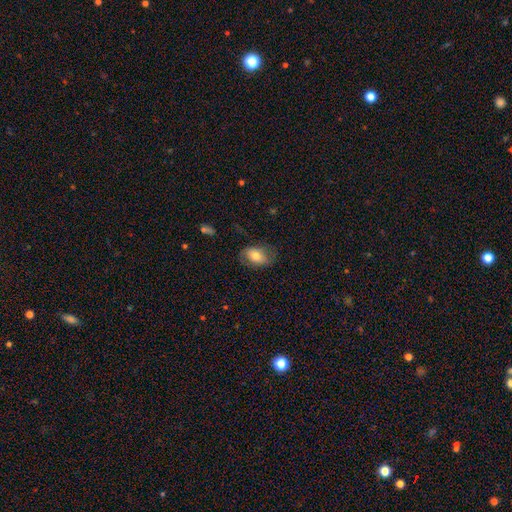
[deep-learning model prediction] smooth-or-featured: smooth: 67% | featured or disk: 26% | star or artifact: 8%
  how-rounded: in between: 86% | round: 12% | cigar-shaped: 2%
  merging: none: 67% | minor disturbance: 22% | major disturbance: 10% | merger: 1%